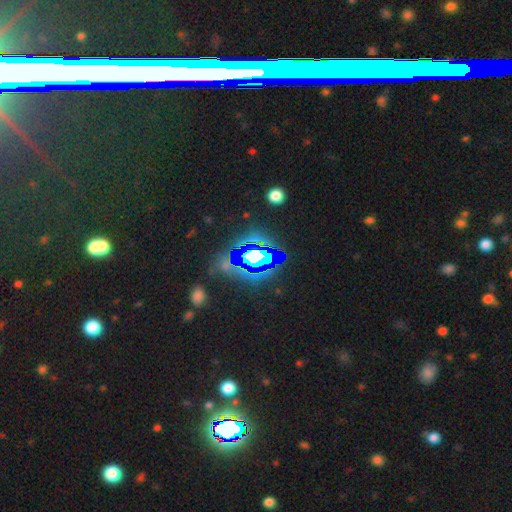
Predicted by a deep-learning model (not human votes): A star or artifact, not a galaxy (67%).